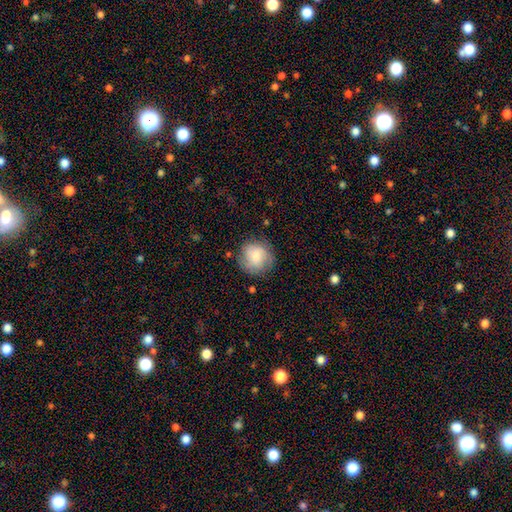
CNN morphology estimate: Q: Smooth or featured?
A: smooth (62%); runner-up: featured or disk (31%)
Q: How rounded?
A: round (90%); runner-up: in between (9%)
Q: Merging?
A: none (77%); runner-up: minor disturbance (16%)